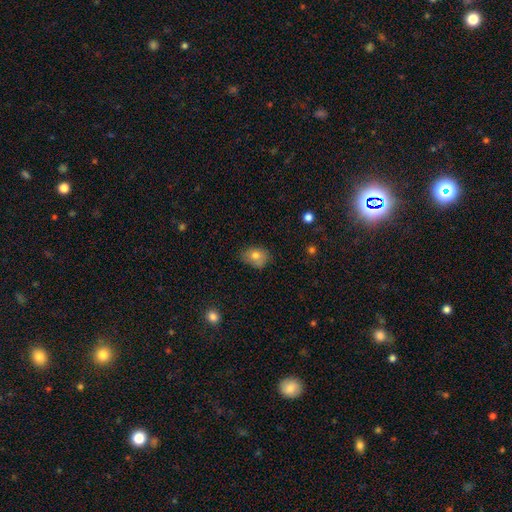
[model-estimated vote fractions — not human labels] A smooth galaxy with no disk features (76%) that is in between round and cigar-shaped (62%).

Vote fractions:
- Smooth or featured? smooth: 76% / featured or disk: 14% / star or artifact: 10%
- How rounded? in between: 62% / round: 37% / cigar-shaped: 1%
- Merging? none: 58% / minor disturbance: 32% / major disturbance: 8% / merger: 2%